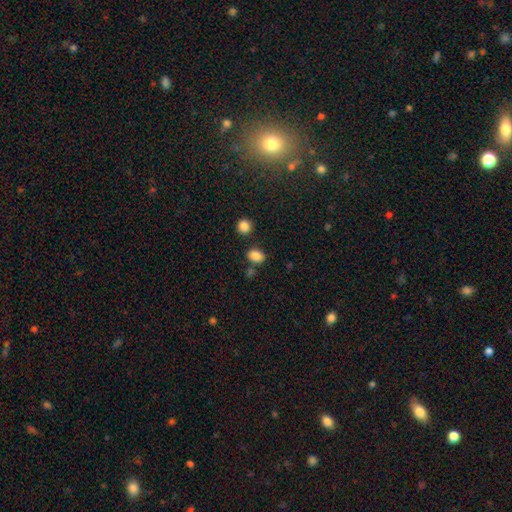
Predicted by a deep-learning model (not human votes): Q: Smooth or featured?
A: smooth (85%); runner-up: star or artifact (10%)
Q: How rounded?
A: in between (70%); runner-up: round (29%)
Q: Merging?
A: none (77%); runner-up: minor disturbance (12%)